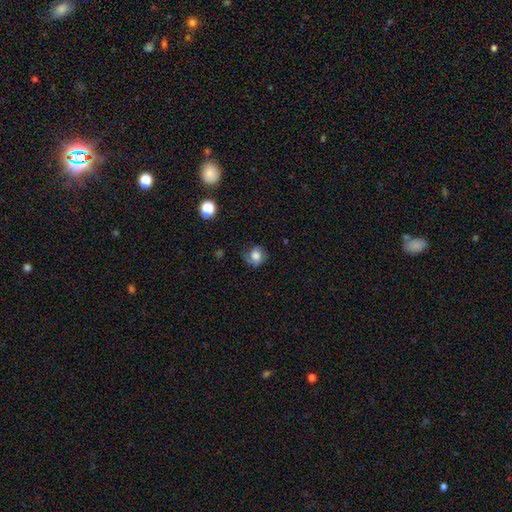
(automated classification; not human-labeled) smooth_or_featured: smooth (p=0.71) [alt: featured or disk p=0.18]
how_rounded: round (p=0.71) [alt: in between p=0.28]
merging: none (p=0.57) [alt: minor disturbance p=0.28]